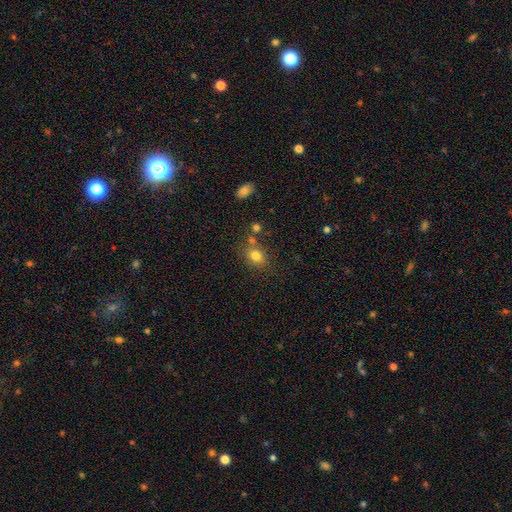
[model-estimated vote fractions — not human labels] Smooth or featured? Predicted: smooth (p=0.79). How rounded? Predicted: in between (p=0.54). Merging? Predicted: none (p=0.67).